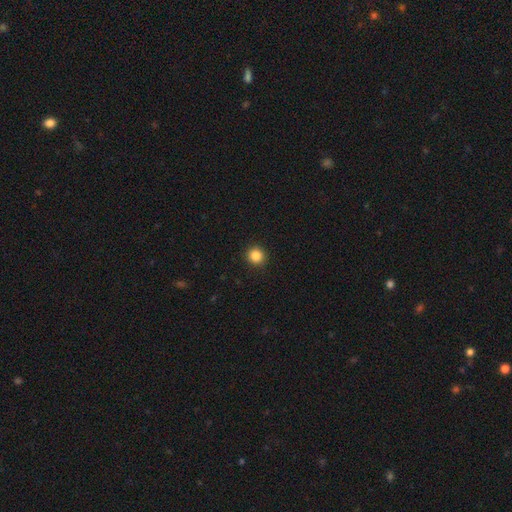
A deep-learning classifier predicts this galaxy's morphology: Overall: smooth (86%). How rounded: round (93%). Merging: none (92%).